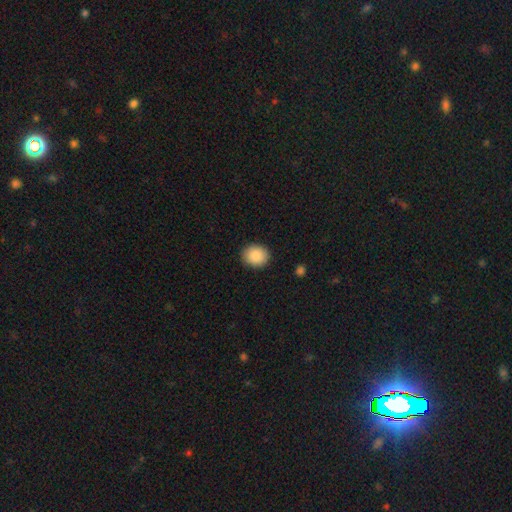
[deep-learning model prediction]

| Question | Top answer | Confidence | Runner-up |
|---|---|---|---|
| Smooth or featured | smooth | 89% | star or artifact (7%) |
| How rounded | round | 75% | in between (24%) |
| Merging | none | 90% | minor disturbance (7%) |